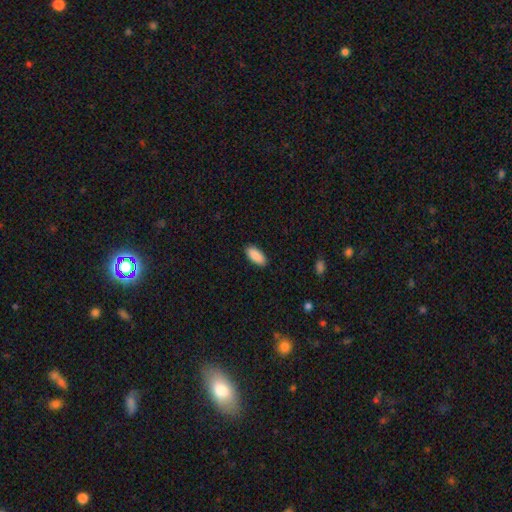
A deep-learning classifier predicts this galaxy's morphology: Q: Smooth or featured?
A: smooth (91%); runner-up: star or artifact (6%)
Q: How rounded?
A: in between (88%); runner-up: cigar-shaped (10%)
Q: Merging?
A: none (90%); runner-up: minor disturbance (7%)